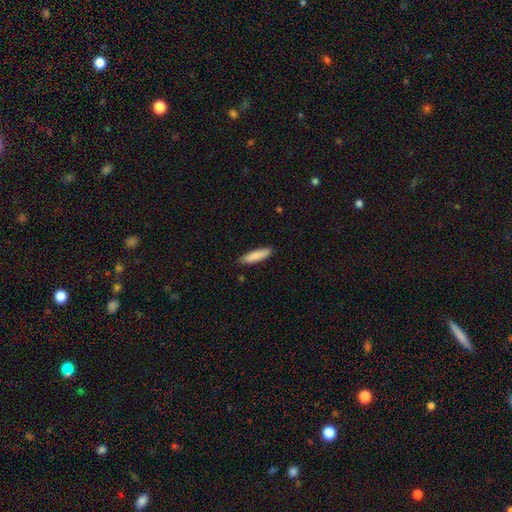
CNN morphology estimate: Smooth or featured? smooth (86%)
How rounded? cigar-shaped (75%)
Merging? none (87%)